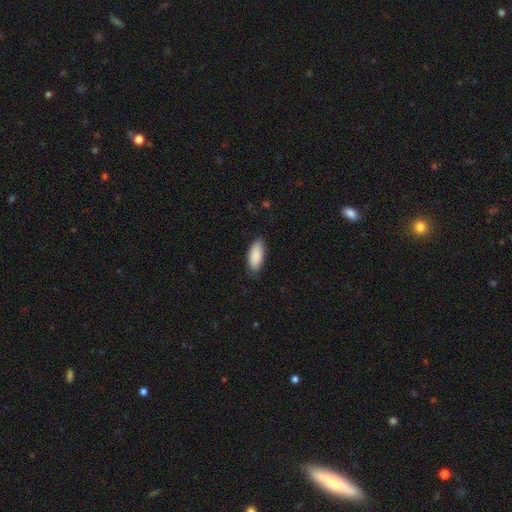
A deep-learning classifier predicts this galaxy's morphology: A smooth galaxy with no disk features (90%) that is in between round and cigar-shaped (87%).

Vote fractions:
- Smooth or featured? smooth: 90% / star or artifact: 6% / featured or disk: 4%
- How rounded? in between: 87% / cigar-shaped: 11% / round: 2%
- Merging? none: 81% / minor disturbance: 16% / major disturbance: 3% / merger: 1%